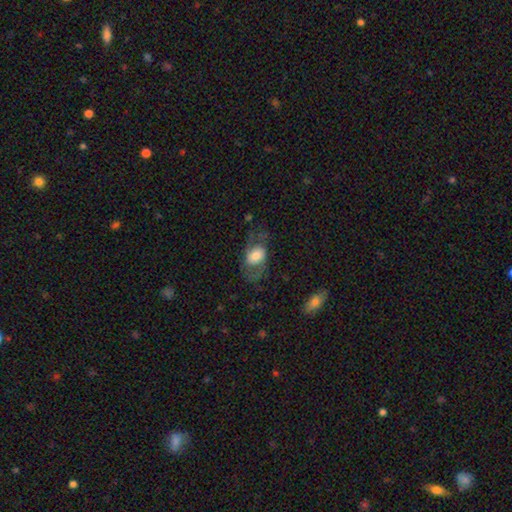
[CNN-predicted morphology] Smooth or featured? Predicted: smooth (p=0.53). How rounded? Predicted: in between (p=0.77). Merging? Predicted: none (p=0.53).